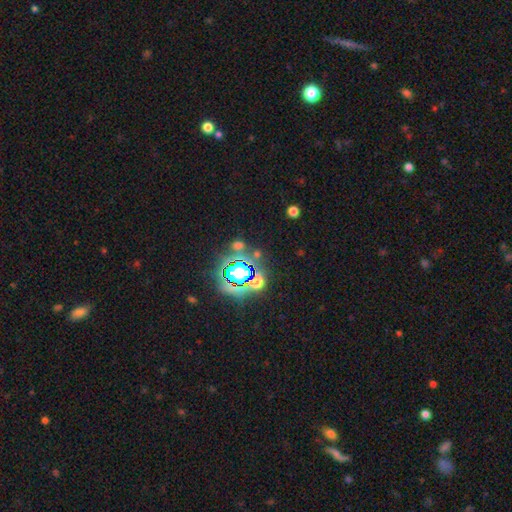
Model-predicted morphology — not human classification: A star or artifact, not a galaxy (71%).